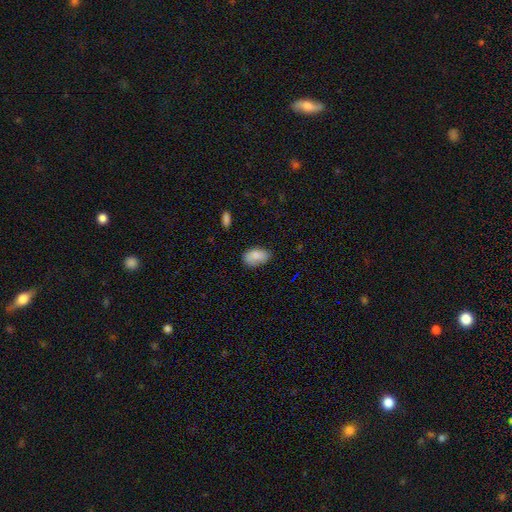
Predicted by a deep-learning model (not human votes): The model was most divided on "merging": none: 69%, minor disturbance: 25%, major disturbance: 5%, merger: 2%. More confident: how rounded — in between (92%); smooth or featured — smooth (84%).